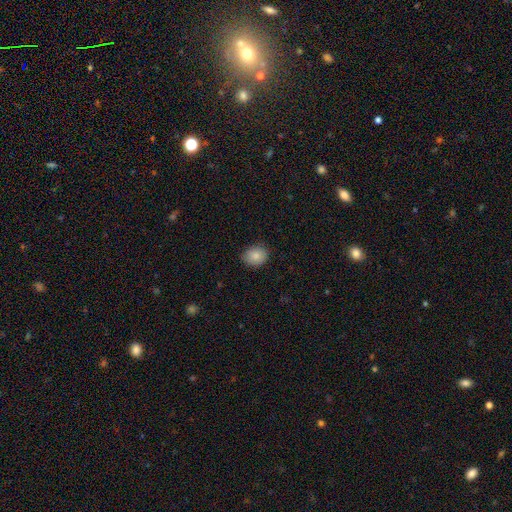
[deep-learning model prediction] A smooth galaxy with no disk features (85%) that is round (55%). Merging: none (82%).